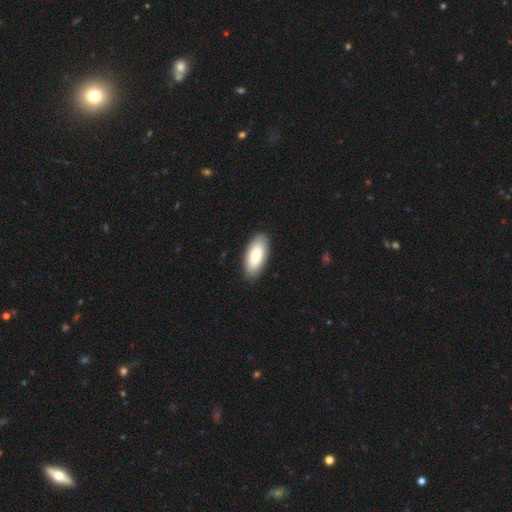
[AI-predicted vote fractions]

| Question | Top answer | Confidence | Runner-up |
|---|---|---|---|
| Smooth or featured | smooth | 83% | featured or disk (12%) |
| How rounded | in between | 89% | cigar-shaped (9%) |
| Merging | none | 89% | minor disturbance (8%) |